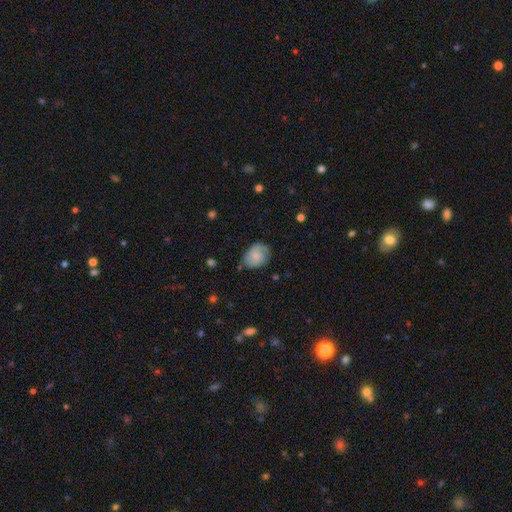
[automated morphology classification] A featured or disk galaxy (56%) with no bar (65%), spiral arms (90%) and a small central bulge (53%).

Vote fractions:
- Smooth or featured? featured or disk: 56% / smooth: 36% / star or artifact: 8%
- Edge-on disk? no: 97% / yes: 3%
- Bar? no: 65% / weak: 31% / strong: 4%
- Spiral arms? yes: 90% / no: 10%
- Bulge size? small: 53% / none: 25% / moderate: 19% / large: 2% / dominant: 1%
- Merging? none: 66% / minor disturbance: 23% / major disturbance: 9% / merger: 2%